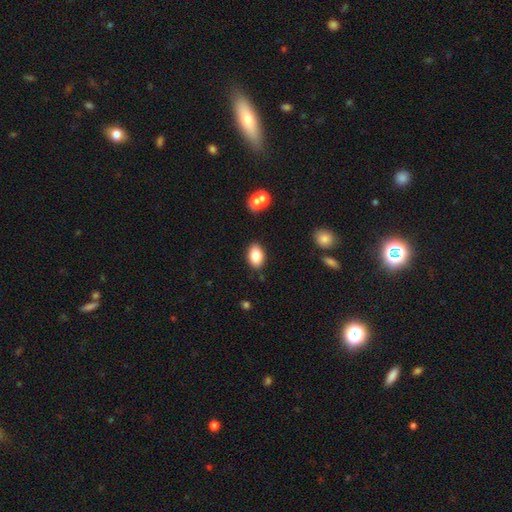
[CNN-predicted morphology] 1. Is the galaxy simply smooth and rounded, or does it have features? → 82% smooth, 9% featured or disk, 9% star or artifact.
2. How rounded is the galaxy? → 87% in between, 12% round, 1% cigar-shaped.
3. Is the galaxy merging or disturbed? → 86% none, 9% minor disturbance, 3% merger, 2% major disturbance.